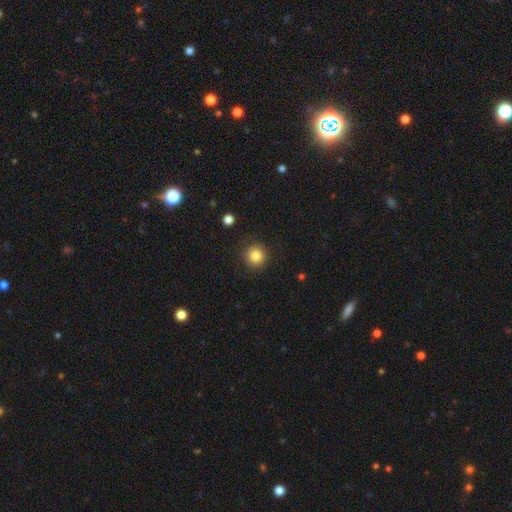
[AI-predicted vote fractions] Smooth or featured?
  - smooth: 84% *
  - star or artifact: 11%
  - featured or disk: 5%
How rounded?
  - round: 94% *
  - in between: 6%
  - cigar-shaped: 1%
Merging?
  - none: 89% *
  - minor disturbance: 7%
  - major disturbance: 2%
  - merger: 1%